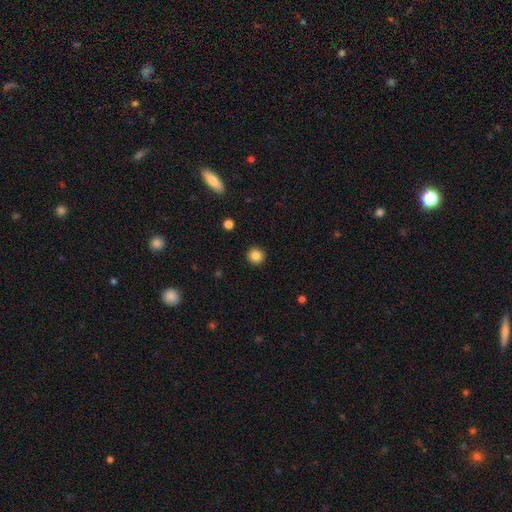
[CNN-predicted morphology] This appears to be a smooth galaxy with no disk features (84%) that is round (95%). Merging: none (93%).